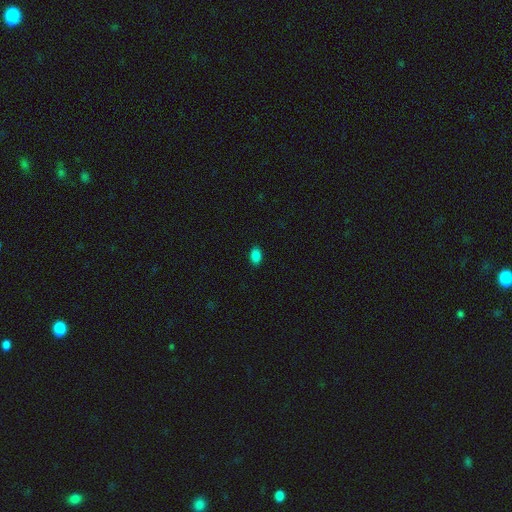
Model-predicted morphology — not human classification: type=smooth (86%); roundness=in between (90%); merging=none (89%).